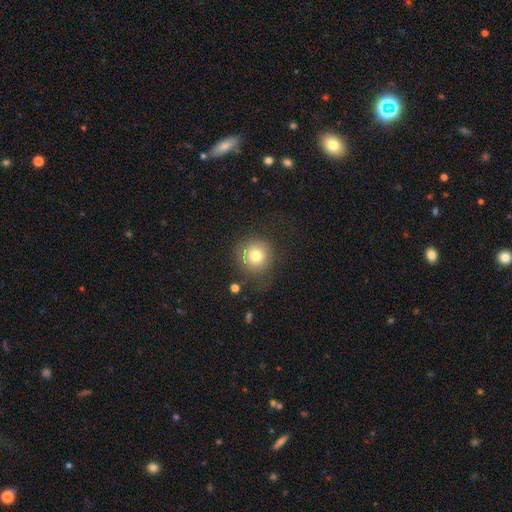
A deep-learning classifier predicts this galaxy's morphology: Smooth or featured? smooth (74%)
How rounded? round (93%)
Merging? none (71%)